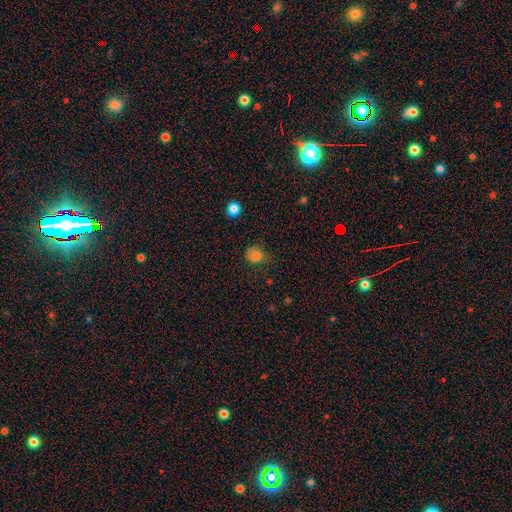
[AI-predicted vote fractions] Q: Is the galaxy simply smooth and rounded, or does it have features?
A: smooth — 80%.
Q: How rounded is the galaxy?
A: round — 74%.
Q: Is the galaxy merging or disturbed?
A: none — 57%.